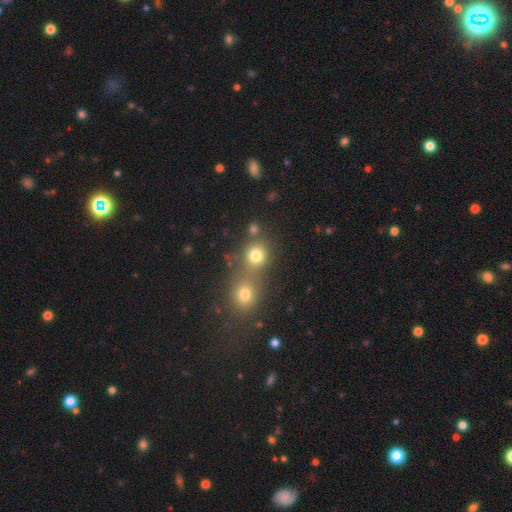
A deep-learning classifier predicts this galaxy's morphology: type=smooth (77%); roundness=round (82%); merging=merger (45%).